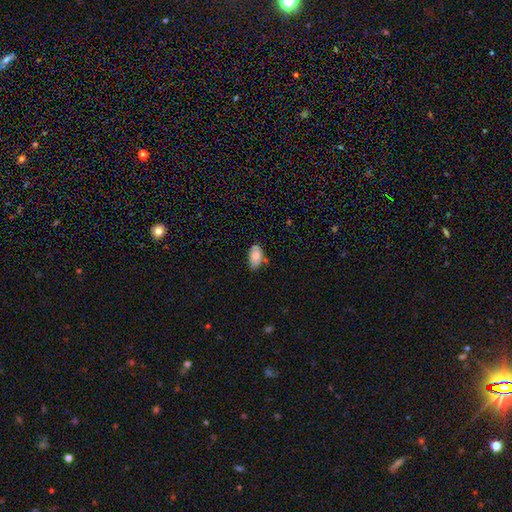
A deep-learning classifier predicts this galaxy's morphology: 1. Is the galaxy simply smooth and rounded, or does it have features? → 73% smooth, 20% featured or disk, 7% star or artifact.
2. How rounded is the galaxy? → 92% in between, 6% round, 2% cigar-shaped.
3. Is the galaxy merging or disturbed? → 65% none, 27% minor disturbance, 4% merger, 4% major disturbance.